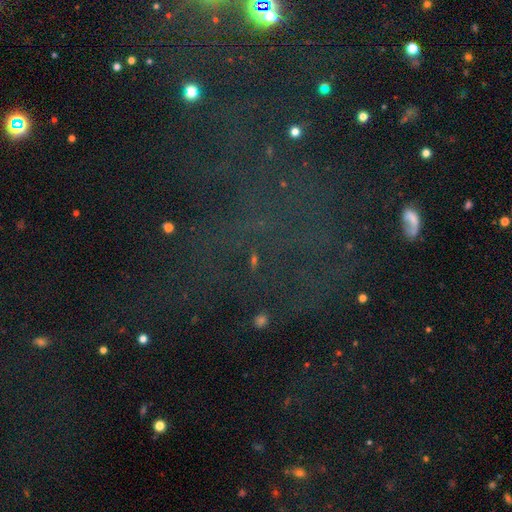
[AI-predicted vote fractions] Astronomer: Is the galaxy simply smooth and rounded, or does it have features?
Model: star or artifact — 65%.